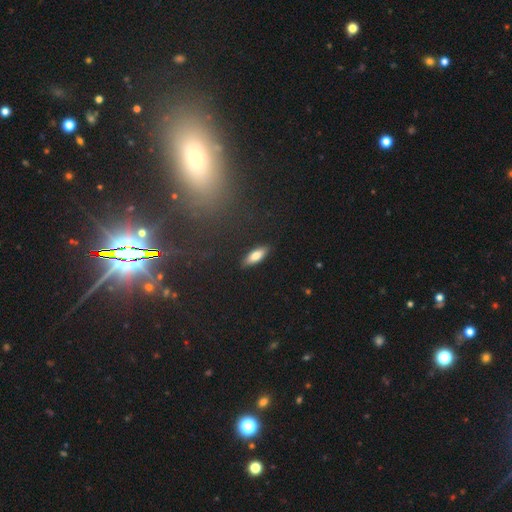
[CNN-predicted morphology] This appears to be a smooth galaxy with no disk features (76%) that is in between round and cigar-shaped (64%). Merging: none (89%).